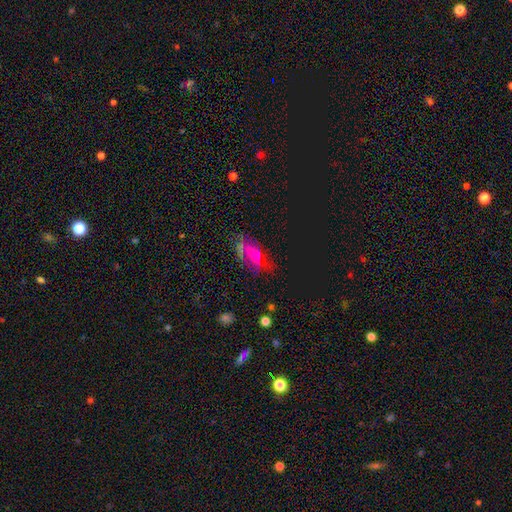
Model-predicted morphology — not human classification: This appears to be a smooth galaxy with no disk features (37%, tied with featured or disk). Merging: none (56%).